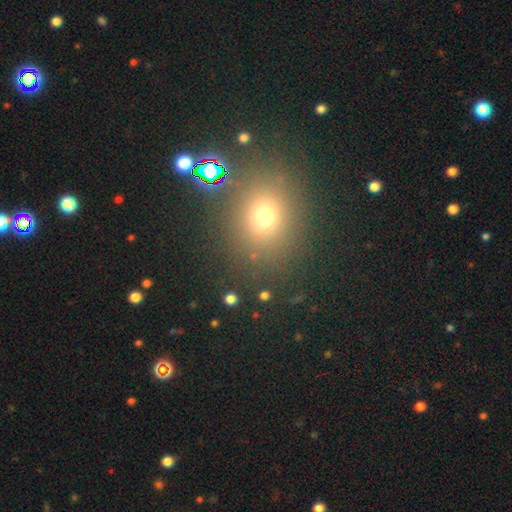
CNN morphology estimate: A smooth galaxy with no disk features (56%) that is round (62%). Merging: none (86%).